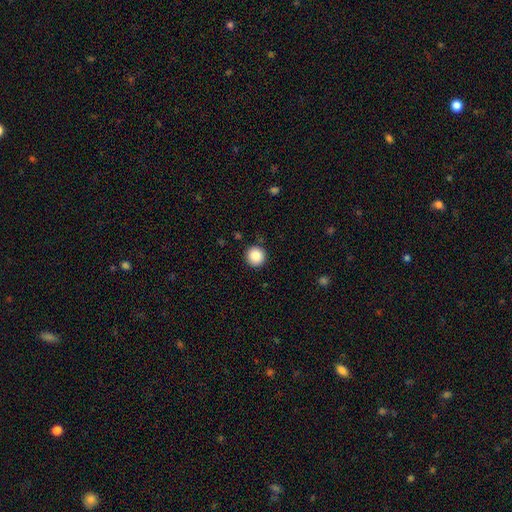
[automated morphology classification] Overall: smooth (88%). How rounded: round (95%). Merging: none (91%).